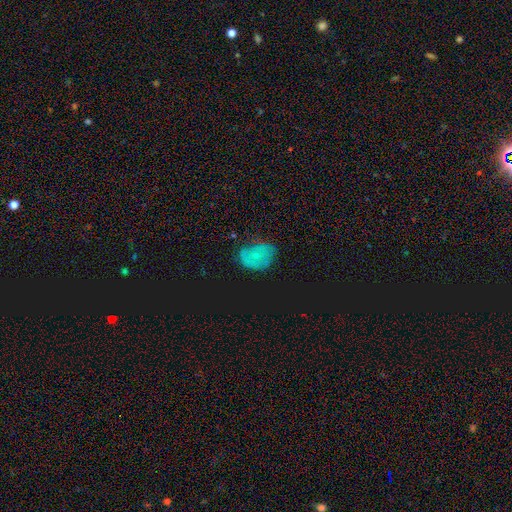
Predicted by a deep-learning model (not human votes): smooth-or-featured: smooth: 48% | featured or disk: 32% | star or artifact: 21%
  merging: none: 63% | minor disturbance: 26% | major disturbance: 9% | merger: 2%